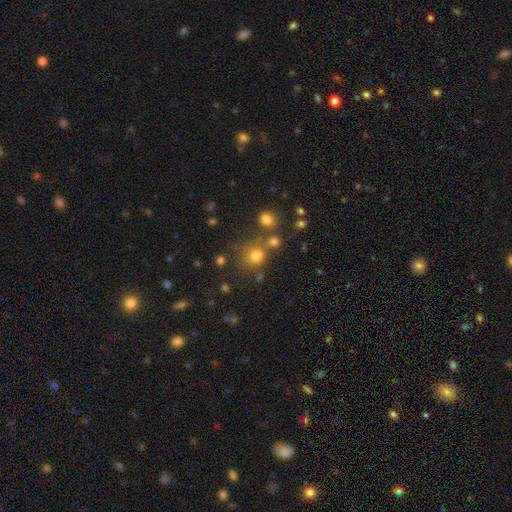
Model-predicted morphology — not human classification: A smooth galaxy with no disk features (68%) that is round (86%).

Vote fractions:
- Smooth or featured? smooth: 68% / star or artifact: 23% / featured or disk: 9%
- How rounded? round: 86% / in between: 12% / cigar-shaped: 1%
- Merging? none: 68% / merger: 18% / minor disturbance: 10% / major disturbance: 5%